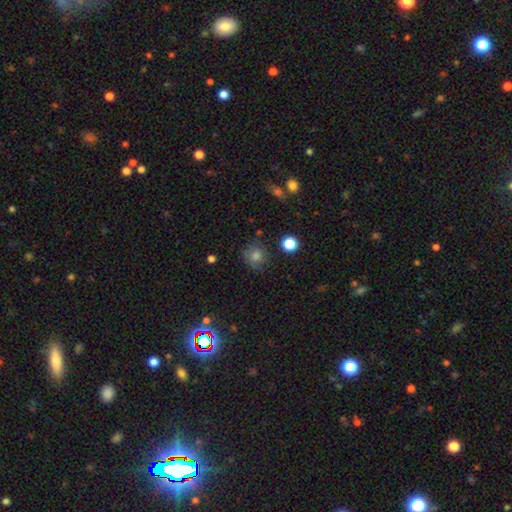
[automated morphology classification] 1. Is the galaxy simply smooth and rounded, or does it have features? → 71% smooth, 19% star or artifact, 9% featured or disk.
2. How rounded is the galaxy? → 87% round, 12% in between, 1% cigar-shaped.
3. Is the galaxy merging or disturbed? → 79% none, 14% minor disturbance, 4% major disturbance, 3% merger.